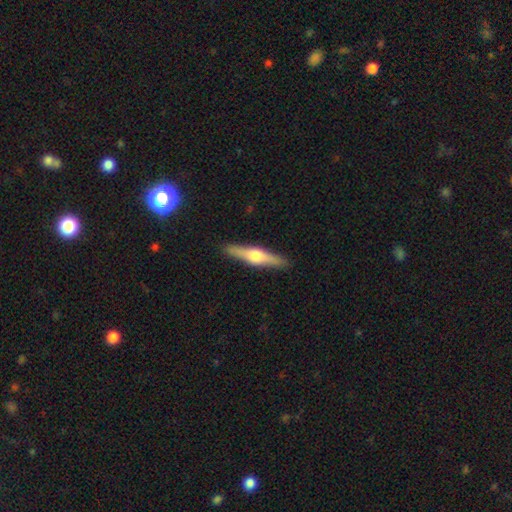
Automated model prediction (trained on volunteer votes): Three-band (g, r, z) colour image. It shows a featured or disk galaxy (62%) viewed edge-on (96%) with a rounded central bulge (91%). Merging: none (90%).